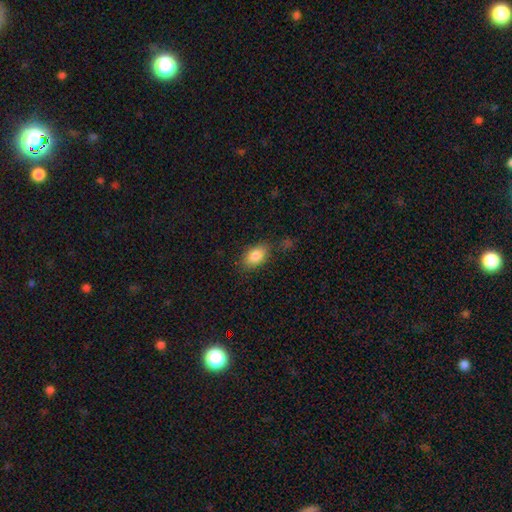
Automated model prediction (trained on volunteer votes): Smooth or featured: smooth — 86% (star or artifact — 8%)
How rounded: in between — 90% (round — 8%)
Merging: none — 76% (minor disturbance — 15%)